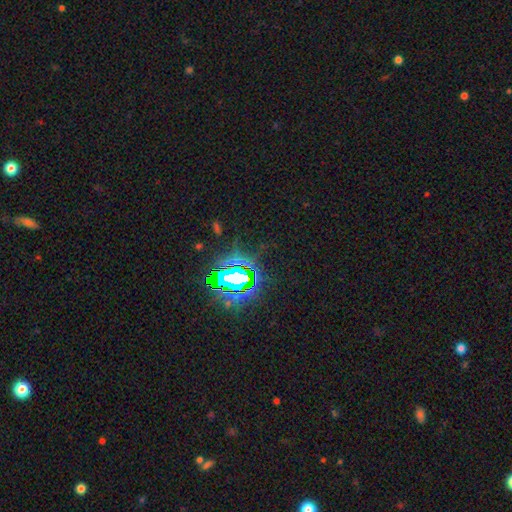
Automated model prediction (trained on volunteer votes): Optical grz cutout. It shows a star or artifact, not a galaxy (81%).